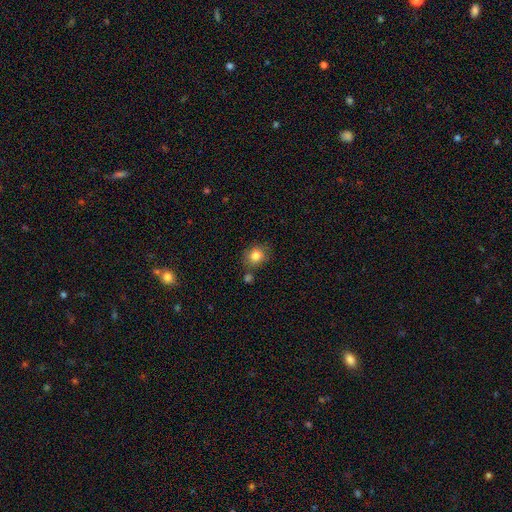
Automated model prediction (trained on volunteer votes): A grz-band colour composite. It shows a smooth galaxy with no disk features (83%) that is round (67%). Merging: none (72%).